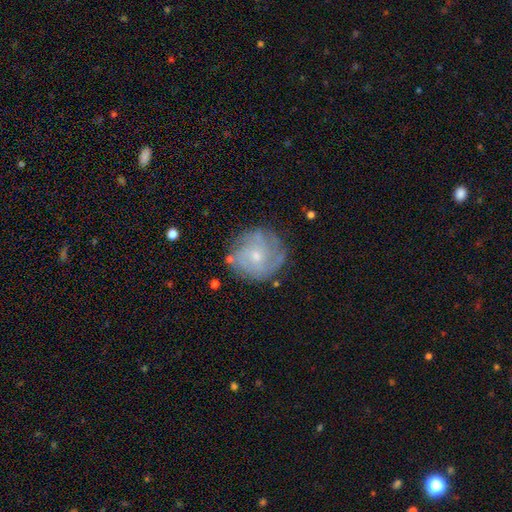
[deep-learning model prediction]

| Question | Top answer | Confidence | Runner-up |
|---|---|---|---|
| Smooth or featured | featured or disk | 61% | smooth (31%) |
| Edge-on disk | no | 97% | yes (3%) |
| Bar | no | 77% | weak (20%) |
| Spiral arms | yes | 73% | no (27%) |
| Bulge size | small | 60% | moderate (35%) |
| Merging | none | 73% | minor disturbance (18%) |